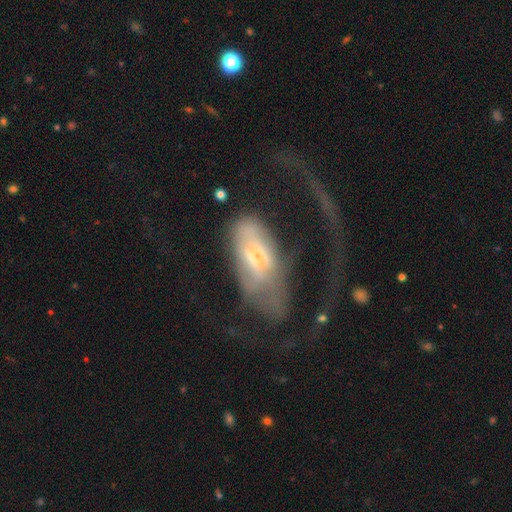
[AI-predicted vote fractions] Smooth or featured?
  - featured or disk: 54% *
  - smooth: 38%
  - star or artifact: 9%
Edge-on disk?
  - no: 85% *
  - yes: 15%
Merging?
  - major disturbance: 65% *
  - none: 16%
  - minor disturbance: 11%
  - merger: 7%